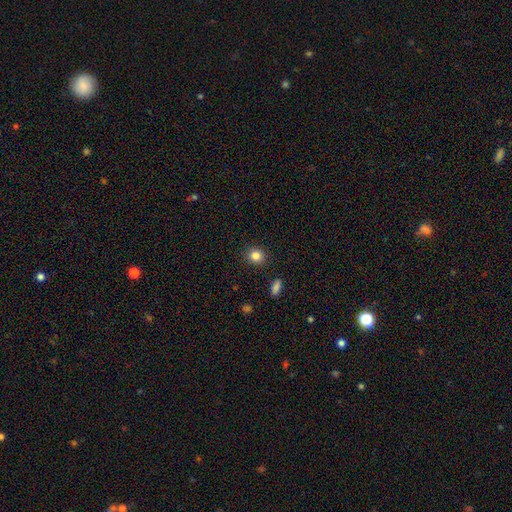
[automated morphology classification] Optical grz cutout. It shows a smooth galaxy with no disk features (84%) that is round (83%). Merging: none (90%).